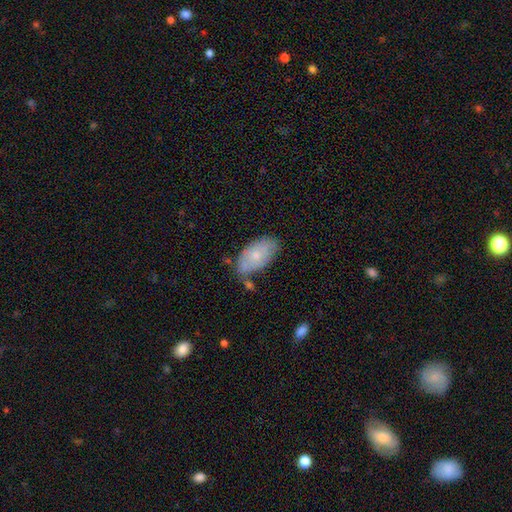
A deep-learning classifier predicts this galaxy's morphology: type=smooth (70%); roundness=in between (94%); merging=none (60%).